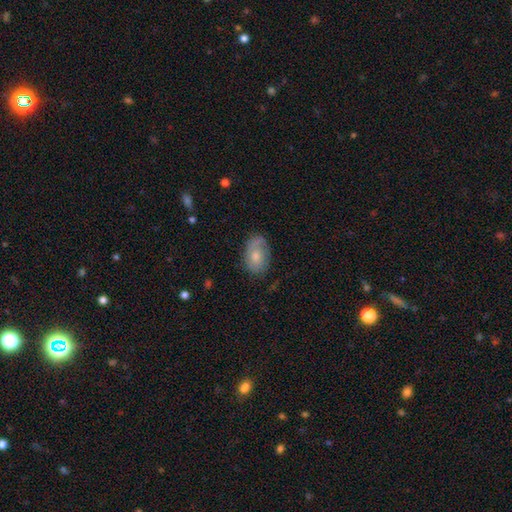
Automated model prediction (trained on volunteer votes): smooth_or_featured: smooth (p=0.55) [alt: featured or disk p=0.37]
how_rounded: in between (p=0.86) [alt: round p=0.13]
merging: none (p=0.65) [alt: minor disturbance p=0.24]